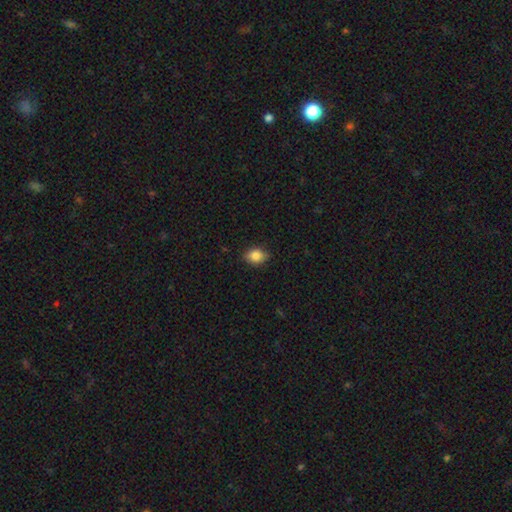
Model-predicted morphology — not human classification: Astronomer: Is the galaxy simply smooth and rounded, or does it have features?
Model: smooth — 83%.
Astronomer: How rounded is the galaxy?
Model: in between — 64%.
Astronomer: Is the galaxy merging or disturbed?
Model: none — 82%.